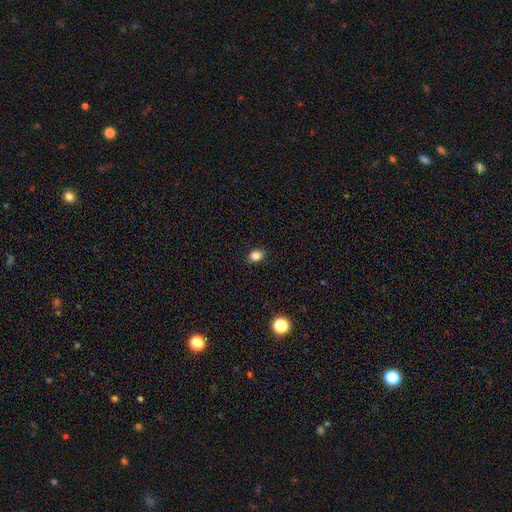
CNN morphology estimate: A smooth galaxy with no disk features (83%) that is in between round and cigar-shaped (62%). Merging: none (87%).